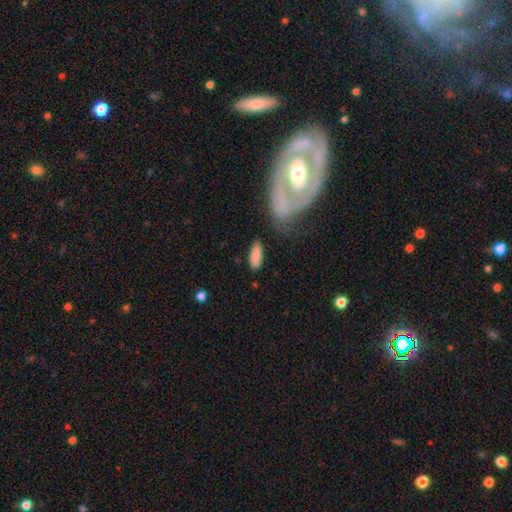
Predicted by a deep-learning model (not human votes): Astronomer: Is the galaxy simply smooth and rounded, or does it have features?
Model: smooth — 83%.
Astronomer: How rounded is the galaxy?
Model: in between — 77%.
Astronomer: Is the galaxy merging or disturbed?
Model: none — 76%.